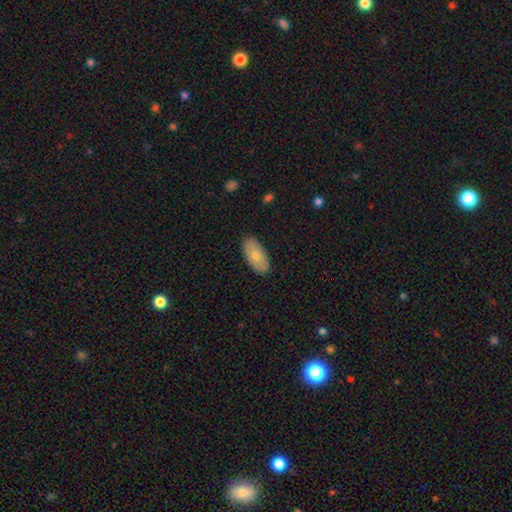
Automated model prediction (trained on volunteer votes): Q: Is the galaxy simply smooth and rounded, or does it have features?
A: smooth — 72%.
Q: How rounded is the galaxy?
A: in between — 93%.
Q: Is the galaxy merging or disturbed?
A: none — 87%.